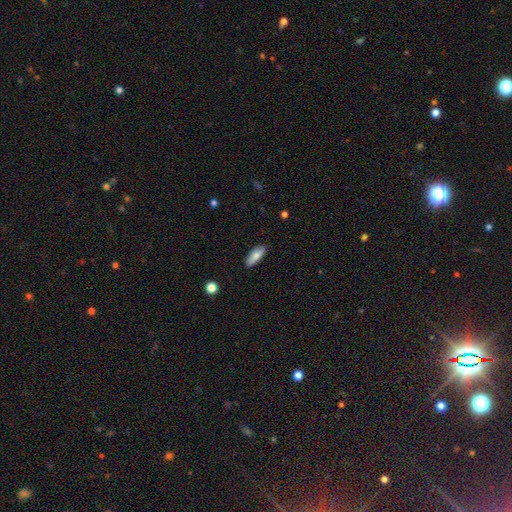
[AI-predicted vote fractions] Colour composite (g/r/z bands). It shows a smooth galaxy with no disk features (81%) that is in between round and cigar-shaped (74%). Merging: none (86%).